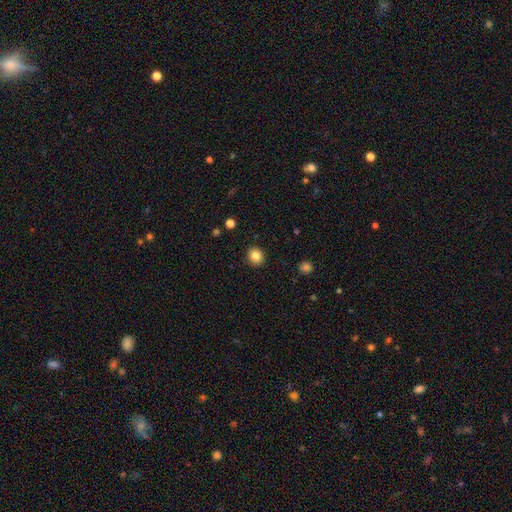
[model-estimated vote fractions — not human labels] smooth-or-featured: smooth: 84% | star or artifact: 10% | featured or disk: 6%
  how-rounded: round: 83% | in between: 16% | cigar-shaped: 1%
  merging: none: 91% | minor disturbance: 6% | major disturbance: 2% | merger: 1%